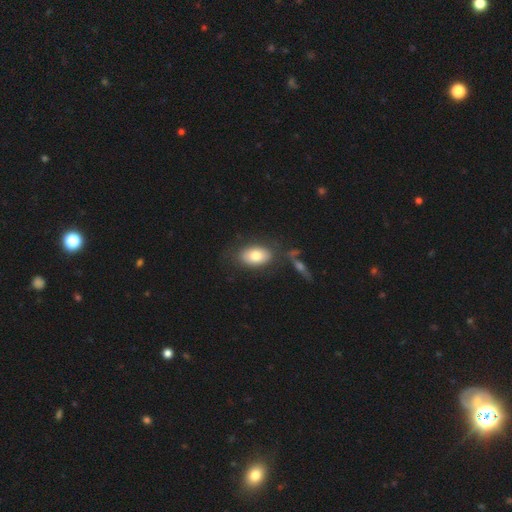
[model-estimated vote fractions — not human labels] Smooth or featured: smooth — 77% (featured or disk — 16%)
How rounded: in between — 89% (round — 10%)
Merging: none — 75% (minor disturbance — 13%)